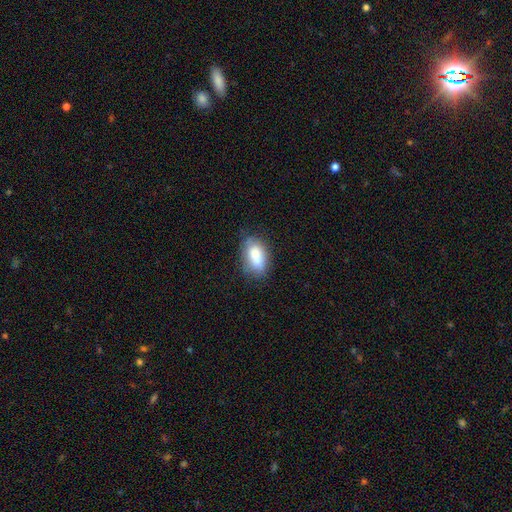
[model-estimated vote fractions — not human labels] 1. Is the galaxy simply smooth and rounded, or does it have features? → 78% smooth, 14% featured or disk, 8% star or artifact.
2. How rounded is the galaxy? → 90% in between, 7% round, 4% cigar-shaped.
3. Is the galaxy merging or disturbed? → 62% none, 25% minor disturbance, 7% major disturbance, 7% merger.